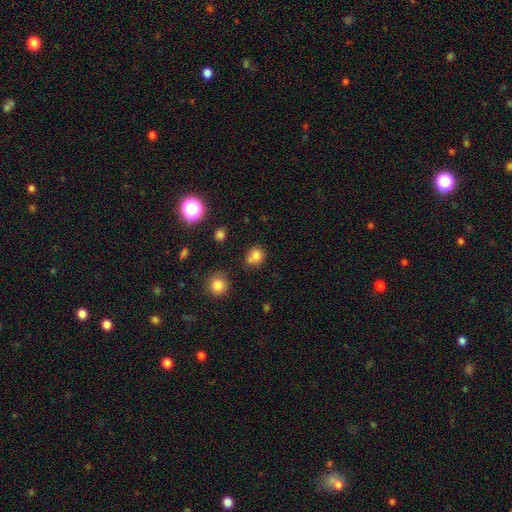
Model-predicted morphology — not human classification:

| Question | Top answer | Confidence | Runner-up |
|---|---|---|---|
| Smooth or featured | smooth | 77% | star or artifact (14%) |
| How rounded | round | 75% | in between (24%) |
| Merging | none | 56% | merger (22%) |